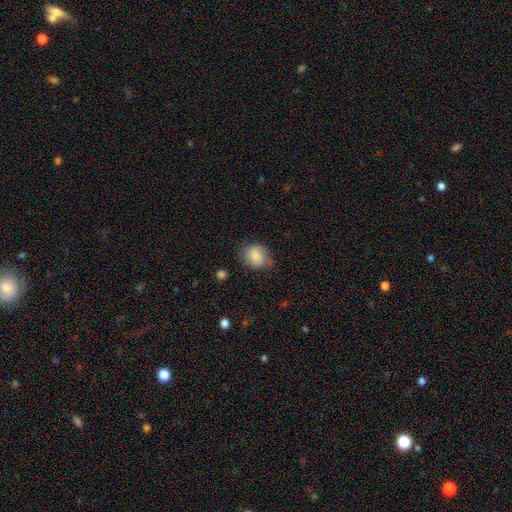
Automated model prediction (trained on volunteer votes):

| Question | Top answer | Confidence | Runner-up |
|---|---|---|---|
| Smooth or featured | smooth | 79% | featured or disk (13%) |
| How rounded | round | 66% | in between (33%) |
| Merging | none | 66% | minor disturbance (25%) |